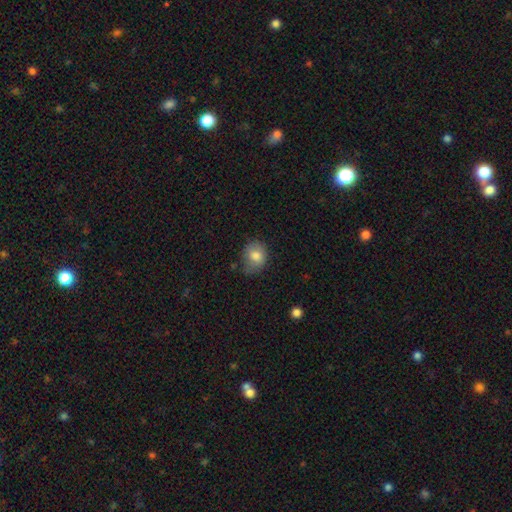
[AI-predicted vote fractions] smooth-or-featured: smooth: 80% | featured or disk: 11% | star or artifact: 9%
  how-rounded: round: 58% | in between: 42% | cigar-shaped: 1%
  merging: none: 59% | minor disturbance: 30% | major disturbance: 8% | merger: 2%